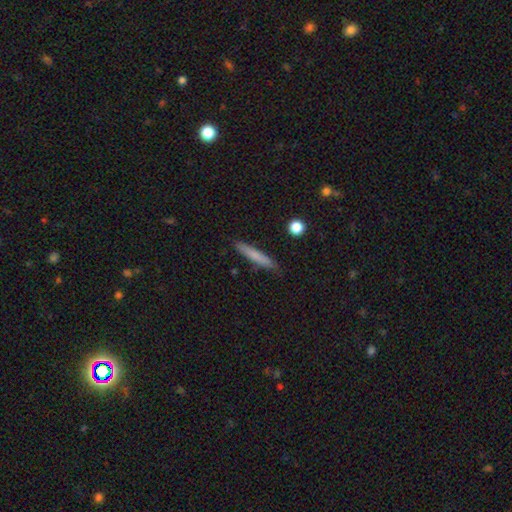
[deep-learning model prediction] Smooth or featured: smooth — 73% (featured or disk — 21%)
How rounded: cigar-shaped — 94% (in between — 5%)
Merging: none — 87% (minor disturbance — 10%)